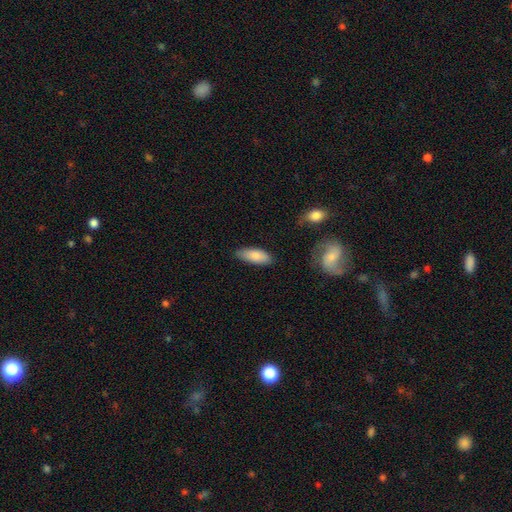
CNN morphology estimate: This is clearly a smooth galaxy (84%). How rounded: likely in between (77%). Merging: clearly none (83%).